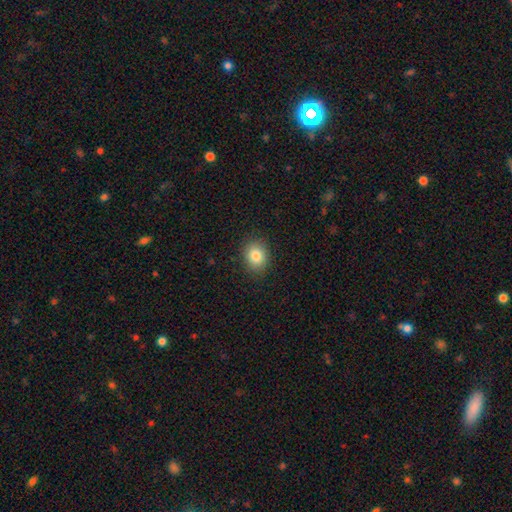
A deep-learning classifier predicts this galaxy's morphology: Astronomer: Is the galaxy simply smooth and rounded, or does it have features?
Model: smooth — 83%.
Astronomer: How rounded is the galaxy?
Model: round — 57% (runner-up: in between, 42%).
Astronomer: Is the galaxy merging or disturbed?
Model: none — 88%.